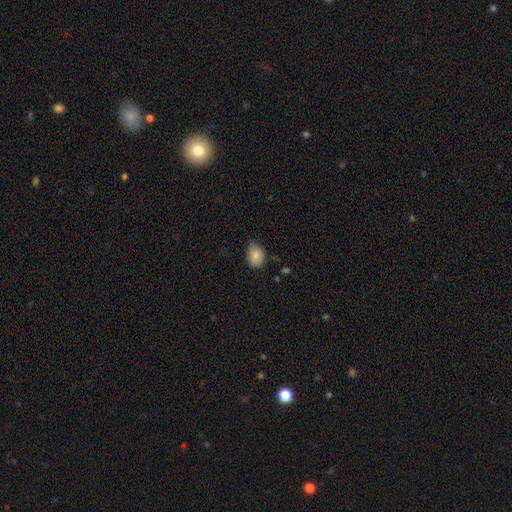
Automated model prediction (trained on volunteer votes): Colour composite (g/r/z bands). It shows a smooth galaxy with no disk features (86%) that is in between round and cigar-shaped (74%). Merging: none (67%).